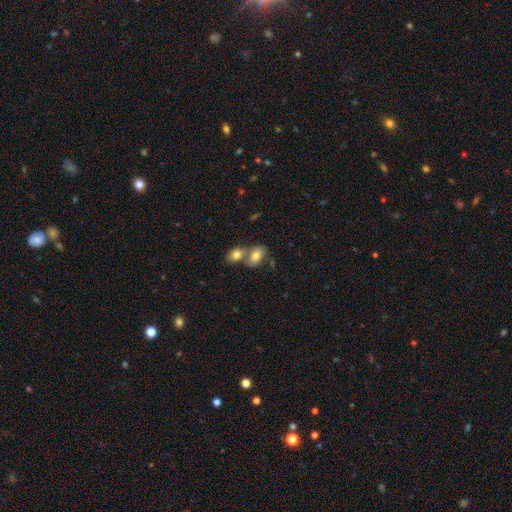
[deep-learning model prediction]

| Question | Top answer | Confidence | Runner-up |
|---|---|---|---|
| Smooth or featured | smooth | 77% | featured or disk (15%) |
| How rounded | in between | 86% | round (11%) |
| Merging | merger | 57% | none (31%) |